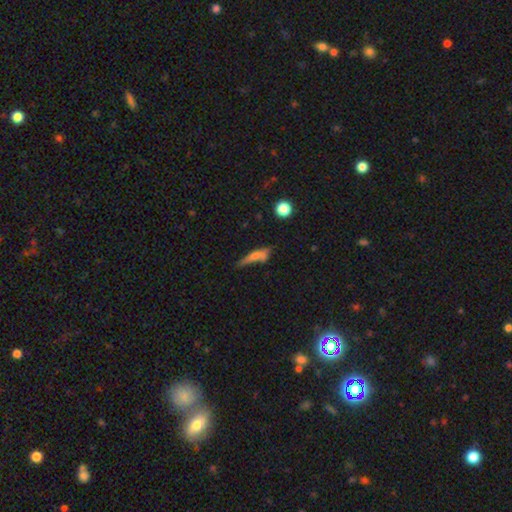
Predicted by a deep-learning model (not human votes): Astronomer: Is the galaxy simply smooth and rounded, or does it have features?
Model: smooth — 48% (runner-up: featured or disk, 40%).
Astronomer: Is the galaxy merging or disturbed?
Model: none — 49%.